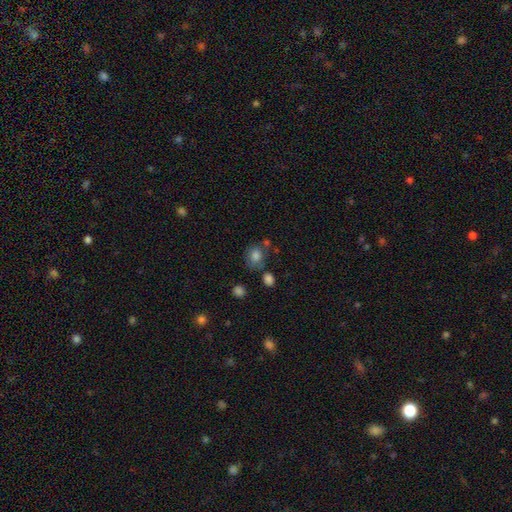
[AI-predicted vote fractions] Smooth or featured: smooth — 80% (star or artifact — 11%)
How rounded: round — 53% (in between — 46%)
Merging: none — 59% (minor disturbance — 20%)